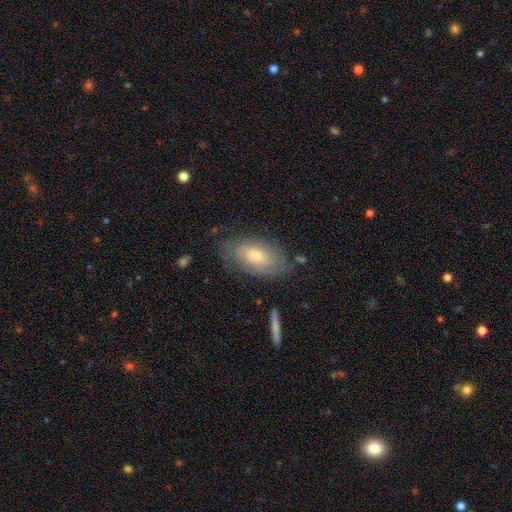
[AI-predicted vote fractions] A smooth galaxy with no disk features (49%). Merging: none (70%).